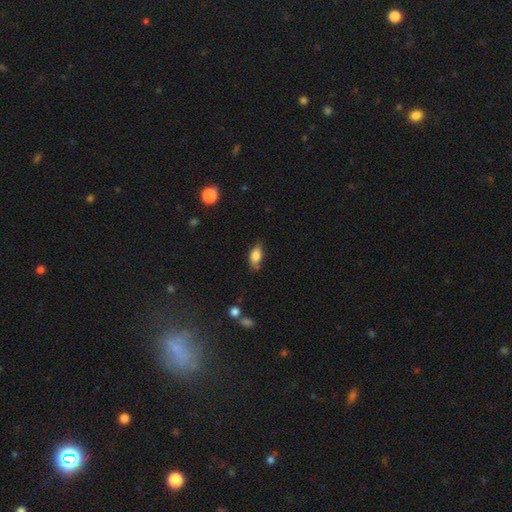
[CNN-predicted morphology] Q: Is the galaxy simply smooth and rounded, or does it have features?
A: smooth — 78%.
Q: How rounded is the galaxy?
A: in between — 85%.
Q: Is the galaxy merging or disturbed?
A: none — 69%.